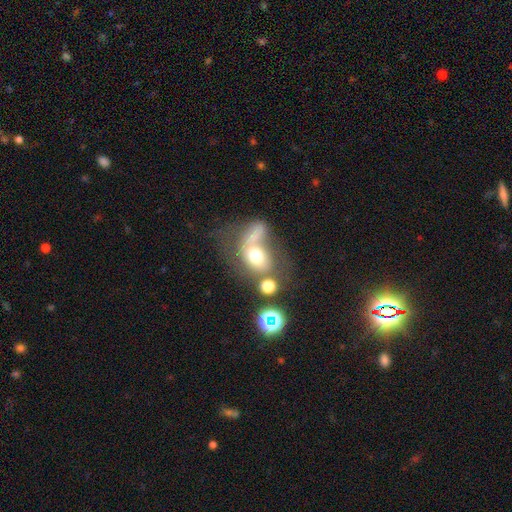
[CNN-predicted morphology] This appears to be a smooth galaxy with no disk features (58%) that is in between round and cigar-shaped (65%). Merging: merger (40%).